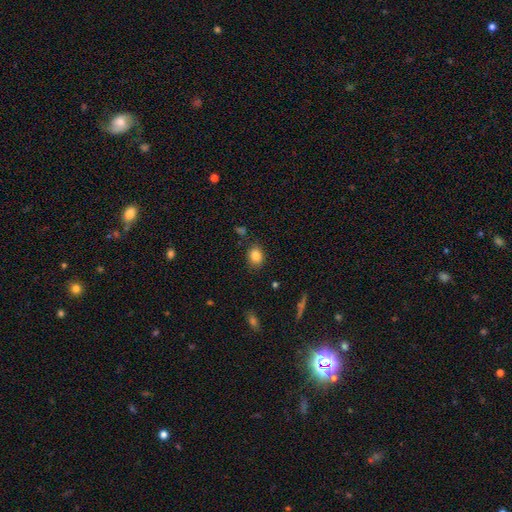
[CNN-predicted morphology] Smooth or featured: smooth — 83% (star or artifact — 10%)
How rounded: in between — 54% (round — 45%)
Merging: none — 84% (minor disturbance — 12%)